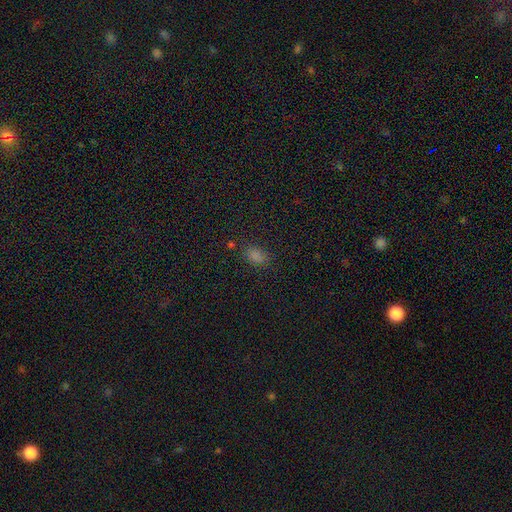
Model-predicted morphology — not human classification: Smooth or featured: smooth — 74% (star or artifact — 21%)
How rounded: in between — 84% (round — 14%)
Merging: none — 80% (minor disturbance — 14%)